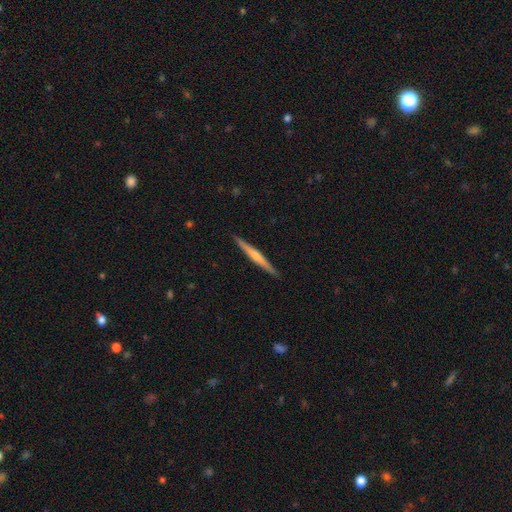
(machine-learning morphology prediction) featured or disk 55%, smooth 40%, star or artifact 5%. Down the decision tree: edge-on disk — yes (98%); edge-on bulge — none (44%, tied with rounded); merging — none (92%).